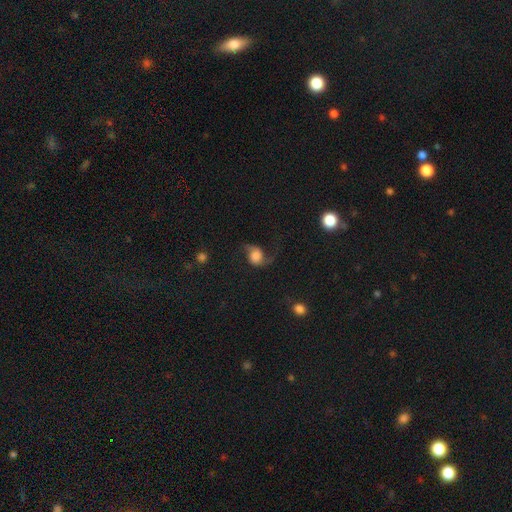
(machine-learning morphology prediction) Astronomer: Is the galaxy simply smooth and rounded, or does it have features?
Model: featured or disk — 61%.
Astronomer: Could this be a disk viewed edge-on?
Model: no — 96%.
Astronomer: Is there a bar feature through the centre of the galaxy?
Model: no — 68%.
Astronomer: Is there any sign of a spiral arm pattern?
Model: yes — 94%.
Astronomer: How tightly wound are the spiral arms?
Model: loose — 85%.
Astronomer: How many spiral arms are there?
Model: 2 — 88%.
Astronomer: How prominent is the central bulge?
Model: large — 37% (runner-up: dominant, 27%).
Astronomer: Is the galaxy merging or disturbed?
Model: none — 57%.